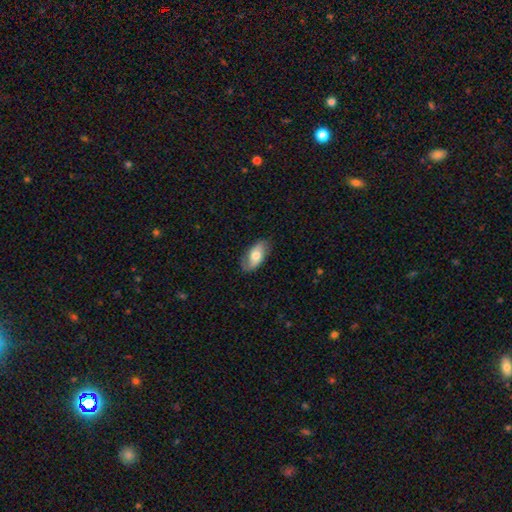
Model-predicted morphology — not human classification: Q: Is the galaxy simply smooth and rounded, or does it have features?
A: smooth — 59%.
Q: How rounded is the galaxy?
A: in between — 91%.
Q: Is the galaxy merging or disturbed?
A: none — 78%.